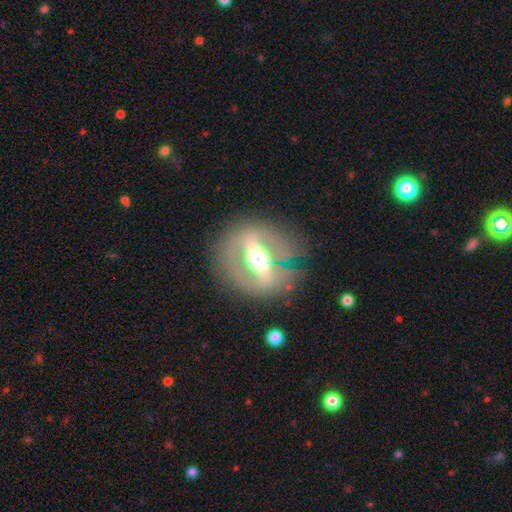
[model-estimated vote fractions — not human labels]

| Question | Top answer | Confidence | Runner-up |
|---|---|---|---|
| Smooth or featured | featured or disk | 81% | smooth (13%) |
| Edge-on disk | no | 72% | yes (28%) |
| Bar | strong | 77% | weak (15%) |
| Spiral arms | no | 64% | yes (36%) |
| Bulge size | moderate | 64% | large (27%) |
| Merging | none | 73% | minor disturbance (15%) |